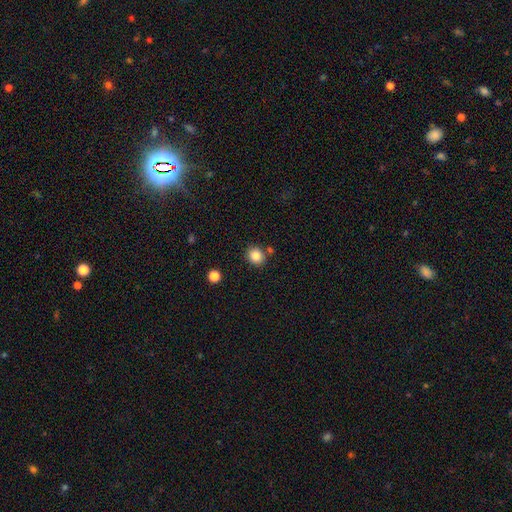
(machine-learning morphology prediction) A smooth galaxy with no disk features (85%) that is round (79%).

Vote fractions:
- Smooth or featured? smooth: 85% / star or artifact: 10% / featured or disk: 5%
- How rounded? round: 79% / in between: 20% / cigar-shaped: 1%
- Merging? none: 82% / minor disturbance: 9% / merger: 7% / major disturbance: 2%